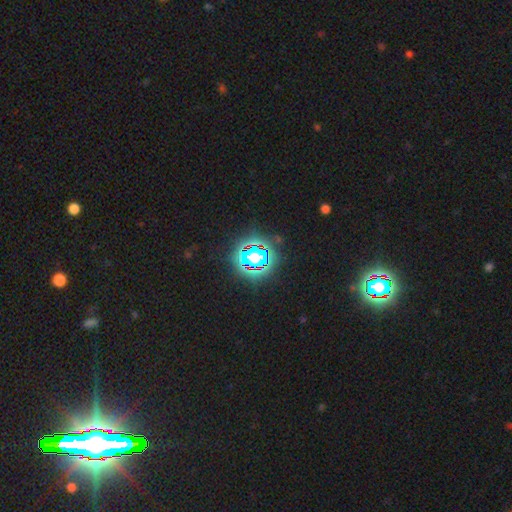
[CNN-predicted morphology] Smooth or featured: star or artifact — 69% (smooth — 19%)